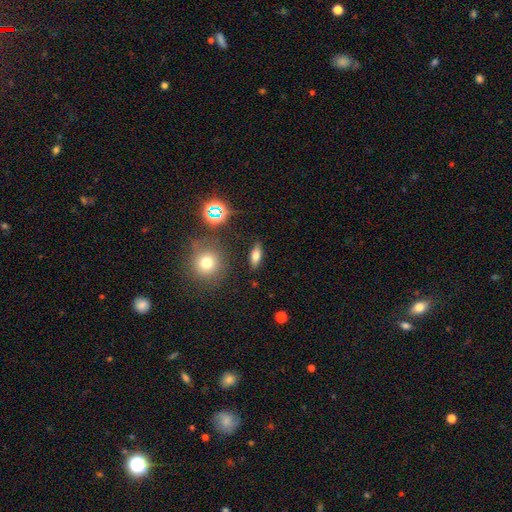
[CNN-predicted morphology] The model was most divided on "how rounded": in between: 68%, cigar-shaped: 24%, round: 8%. More confident: merging — none (85%); smooth or featured — smooth (67%).